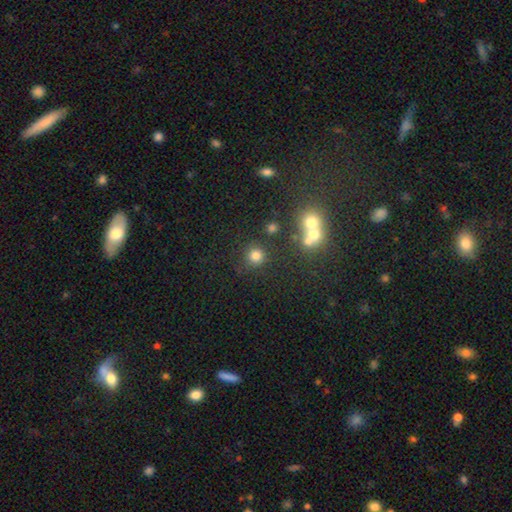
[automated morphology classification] Smooth or featured: smooth — 78% (star or artifact — 15%)
How rounded: round — 92% (in between — 7%)
Merging: none — 80% (merger — 8%)